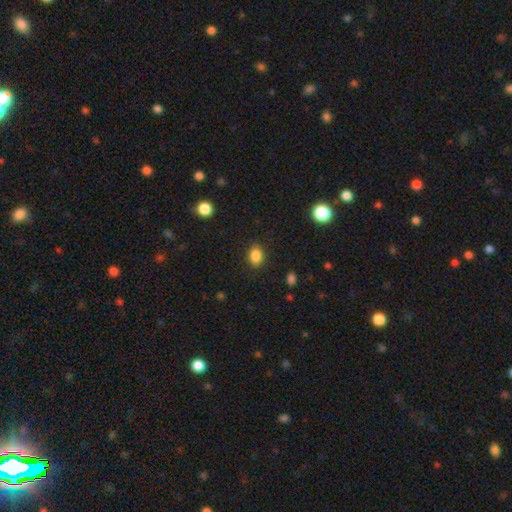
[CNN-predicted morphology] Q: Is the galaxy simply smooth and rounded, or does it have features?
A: smooth — 86%.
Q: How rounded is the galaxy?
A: in between — 67%.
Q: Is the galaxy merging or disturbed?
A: none — 86%.